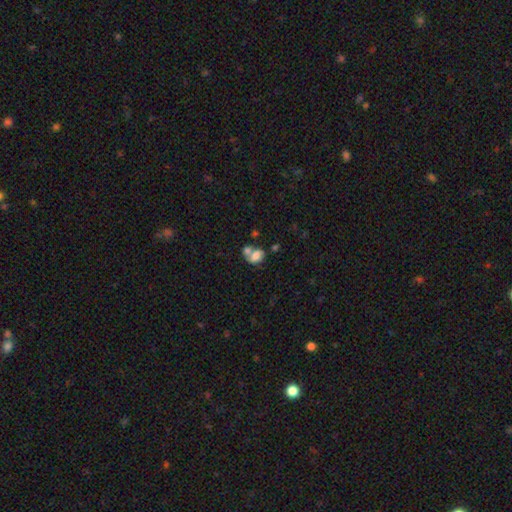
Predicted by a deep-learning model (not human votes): This is likely a smooth galaxy (68%). How rounded: likely in between (72%). Merging: possibly merger (58%).